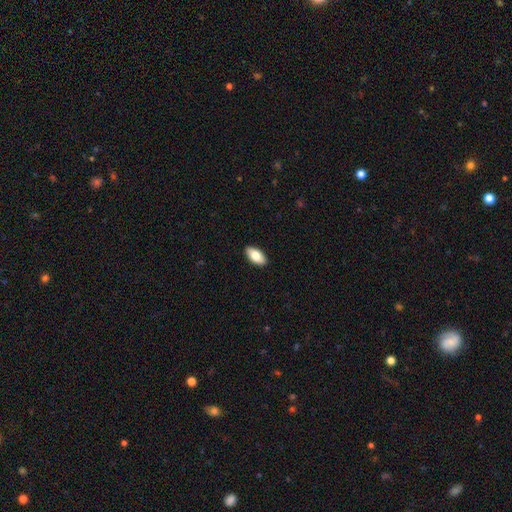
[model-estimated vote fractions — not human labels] Smooth or featured?
  - smooth: 81% *
  - featured or disk: 12%
  - star or artifact: 6%
How rounded?
  - in between: 93% *
  - cigar-shaped: 4%
  - round: 2%
Merging?
  - none: 91% *
  - minor disturbance: 7%
  - major disturbance: 1%
  - merger: 1%